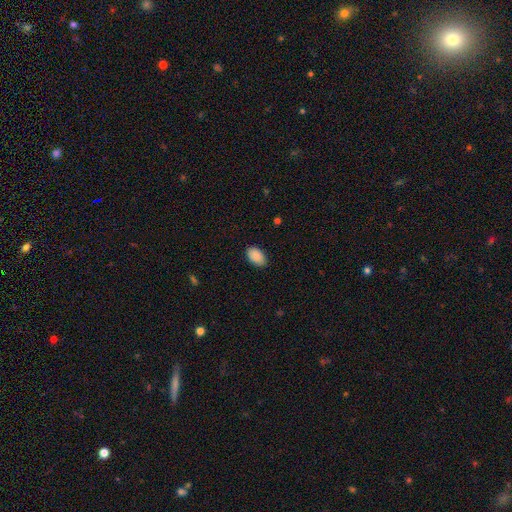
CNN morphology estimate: Smooth or featured: smooth — 91% (star or artifact — 6%)
How rounded: in between — 93% (round — 6%)
Merging: none — 86% (minor disturbance — 11%)